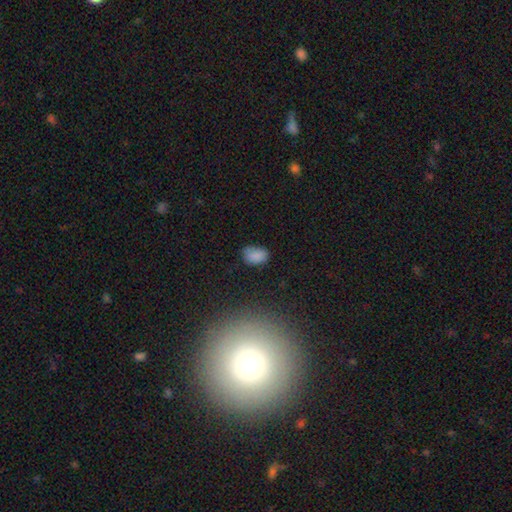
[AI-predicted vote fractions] Overall: smooth (84%). How rounded: in between (84%). Merging: none (70%).